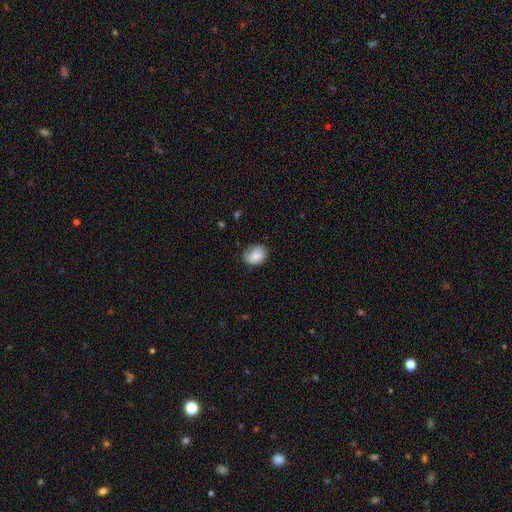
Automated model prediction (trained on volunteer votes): This is clearly a smooth galaxy (82%). How rounded: possibly in between (55%). Merging: likely none (63%).